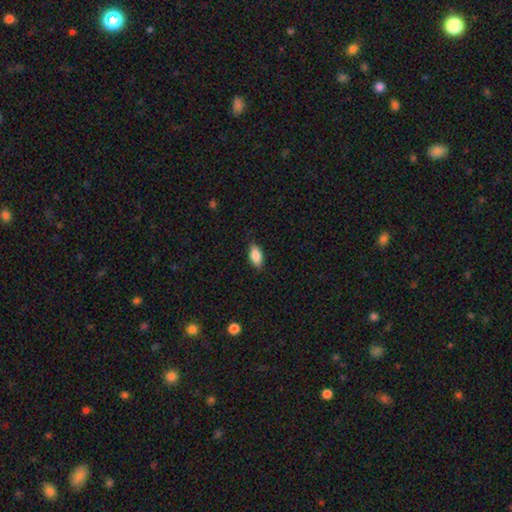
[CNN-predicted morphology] smooth_or_featured: smooth (p=0.86) [alt: star or artifact p=0.07]
how_rounded: in between (p=0.91) [alt: cigar-shaped p=0.06]
merging: none (p=0.85) [alt: minor disturbance p=0.12]